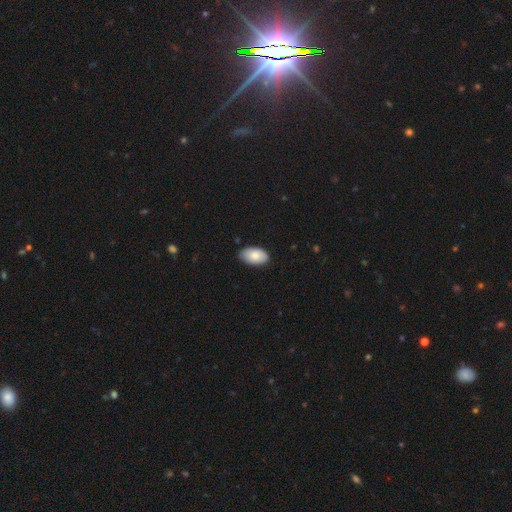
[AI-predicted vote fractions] Smooth or featured: smooth — 84% (featured or disk — 10%)
How rounded: in between — 95% (round — 4%)
Merging: none — 84% (minor disturbance — 13%)